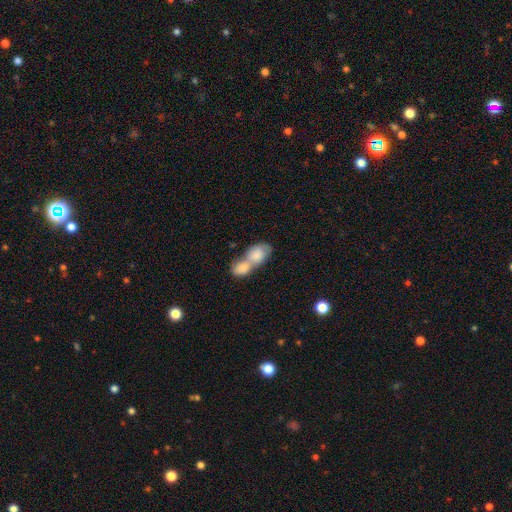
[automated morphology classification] A smooth galaxy with no disk features (80%) that is in between round and cigar-shaped (78%).

Vote fractions:
- Smooth or featured? smooth: 80% / featured or disk: 14% / star or artifact: 6%
- How rounded? in between: 78% / round: 19% / cigar-shaped: 3%
- Merging? merger: 81% / none: 11% / minor disturbance: 5% / major disturbance: 3%